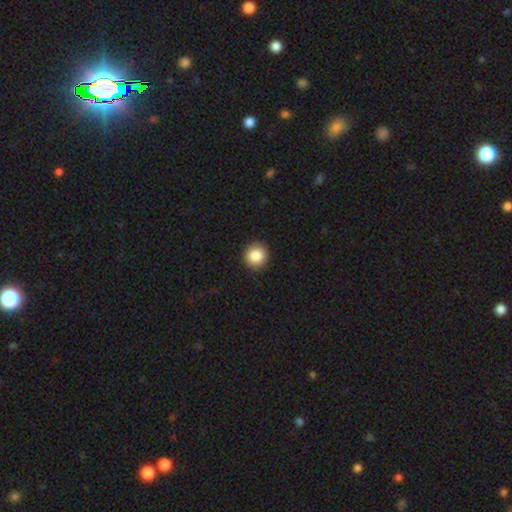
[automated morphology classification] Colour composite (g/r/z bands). It shows a smooth galaxy with no disk features (86%) that is round (93%). Merging: none (91%).